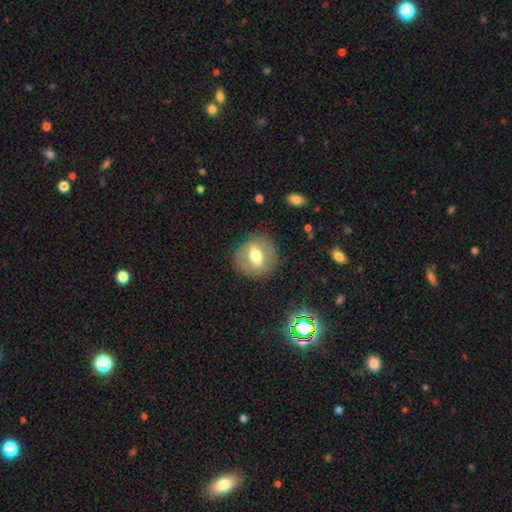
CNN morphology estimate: Smooth or featured?
  - smooth: 56% *
  - featured or disk: 34%
  - star or artifact: 10%
How rounded?
  - round: 75% *
  - in between: 23%
  - cigar-shaped: 2%
Merging?
  - none: 84% *
  - minor disturbance: 11%
  - major disturbance: 4%
  - merger: 1%